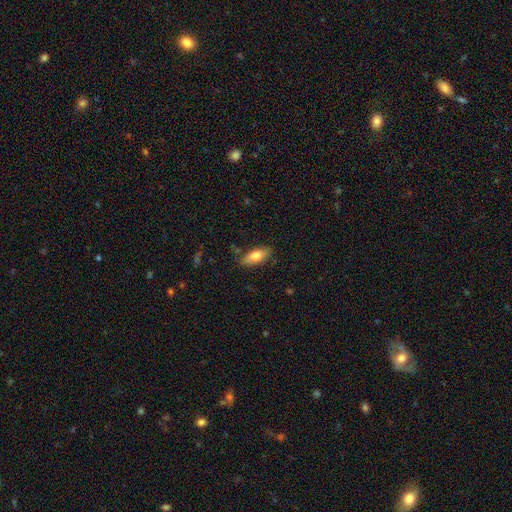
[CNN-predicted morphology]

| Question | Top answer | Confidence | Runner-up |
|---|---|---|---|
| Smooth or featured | smooth | 78% | featured or disk (15%) |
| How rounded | in between | 81% | cigar-shaped (16%) |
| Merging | none | 81% | minor disturbance (14%) |